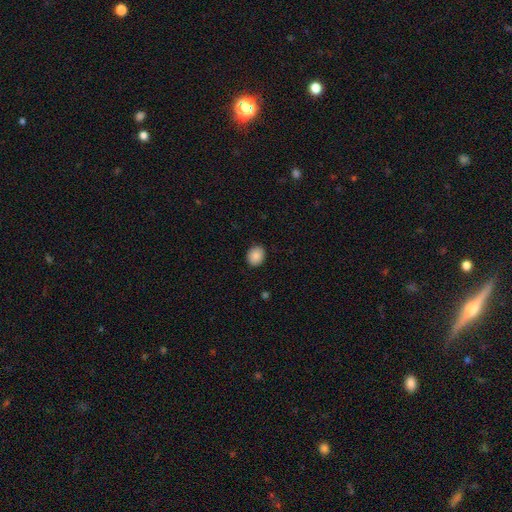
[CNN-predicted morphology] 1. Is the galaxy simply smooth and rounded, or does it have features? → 88% smooth, 8% star or artifact, 4% featured or disk.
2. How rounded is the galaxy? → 56% round, 44% in between, 1% cigar-shaped.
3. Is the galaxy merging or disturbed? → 89% none, 8% minor disturbance, 2% major disturbance, 1% merger.